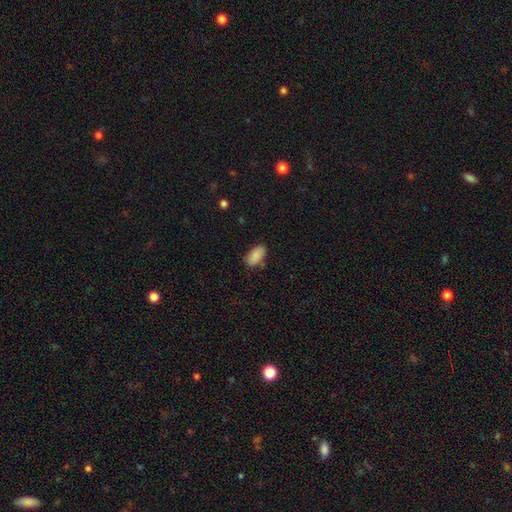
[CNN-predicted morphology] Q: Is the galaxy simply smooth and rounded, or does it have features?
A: smooth — 88%.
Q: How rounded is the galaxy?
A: in between — 94%.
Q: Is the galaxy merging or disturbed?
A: none — 77%.